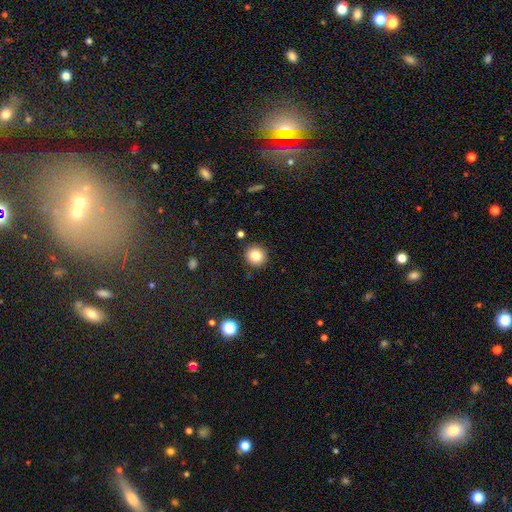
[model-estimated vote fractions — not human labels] This is clearly a smooth galaxy (83%). How rounded: clearly round (93%). Merging: clearly none (91%).